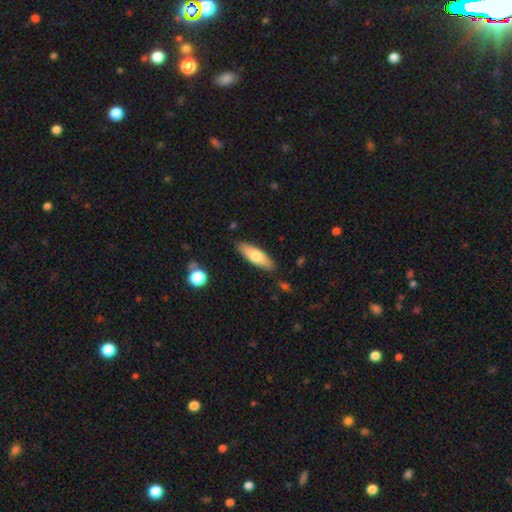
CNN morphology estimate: The model was most divided on "how rounded": in between: 58%, cigar-shaped: 40%, round: 2%. More confident: merging — none (87%); smooth or featured — smooth (66%).